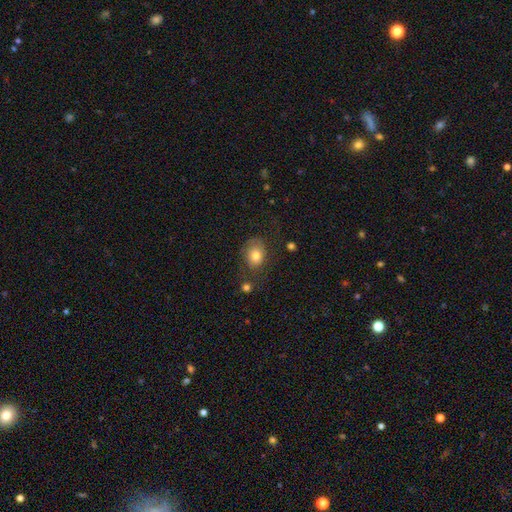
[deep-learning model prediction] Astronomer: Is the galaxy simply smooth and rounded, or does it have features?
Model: smooth — 75%.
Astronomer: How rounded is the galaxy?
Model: in between — 54% (runner-up: round, 45%).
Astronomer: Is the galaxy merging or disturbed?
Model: none — 61%.